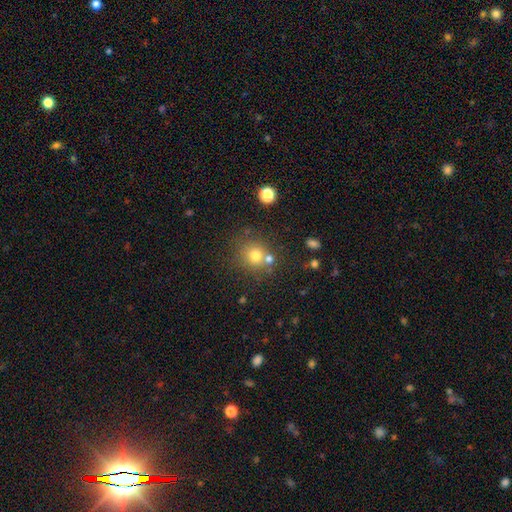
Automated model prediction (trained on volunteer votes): This appears to be a smooth galaxy with no disk features (73%) that is round (87%). Merging: none (66%).